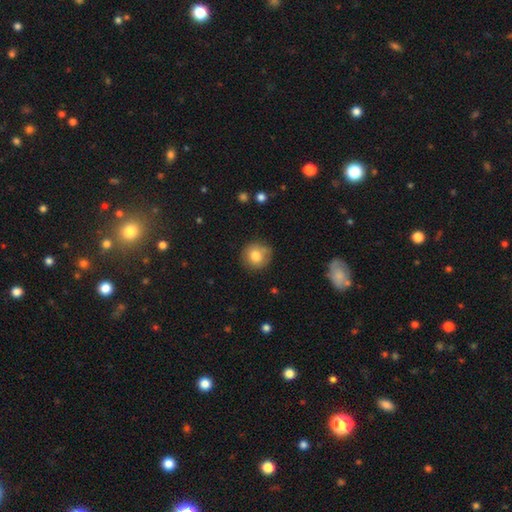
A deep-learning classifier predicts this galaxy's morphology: smooth 78%, featured or disk 12%, star or artifact 10%. Down the decision tree: how rounded — round (91%); merging — none (78%).